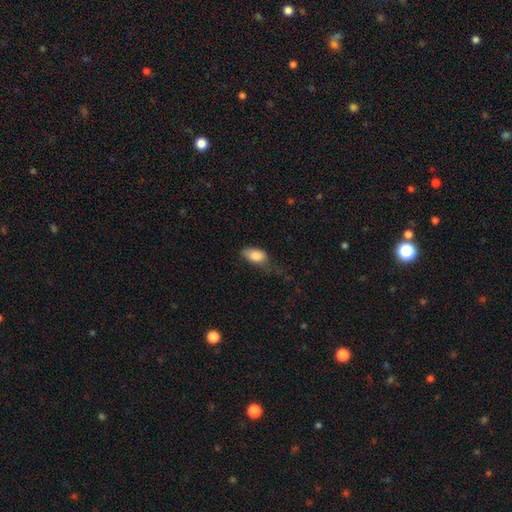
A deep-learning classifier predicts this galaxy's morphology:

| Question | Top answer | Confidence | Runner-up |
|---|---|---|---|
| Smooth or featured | smooth | 84% | featured or disk (8%) |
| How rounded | in between | 91% | round (5%) |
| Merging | none | 38% | minor disturbance (36%) |